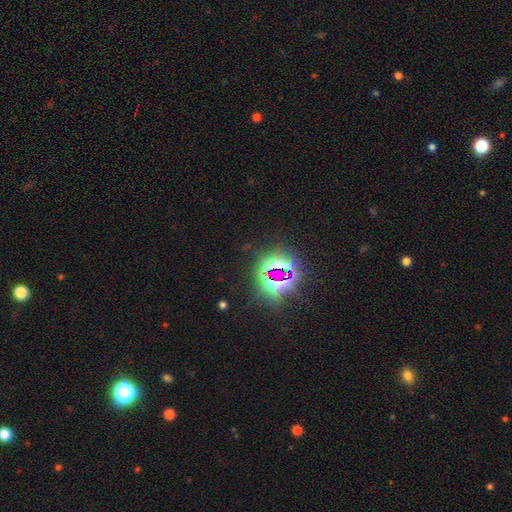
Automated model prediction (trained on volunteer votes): Smooth or featured? star or artifact (79%)